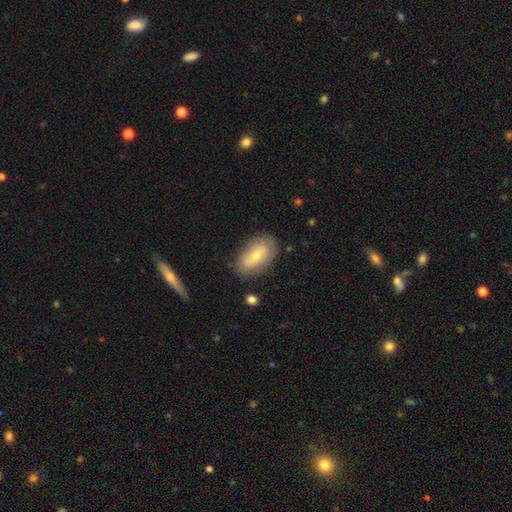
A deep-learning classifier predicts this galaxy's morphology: Overall: smooth (61%; featured or disk 32%). How rounded: in between (91%). Merging: none (77%).